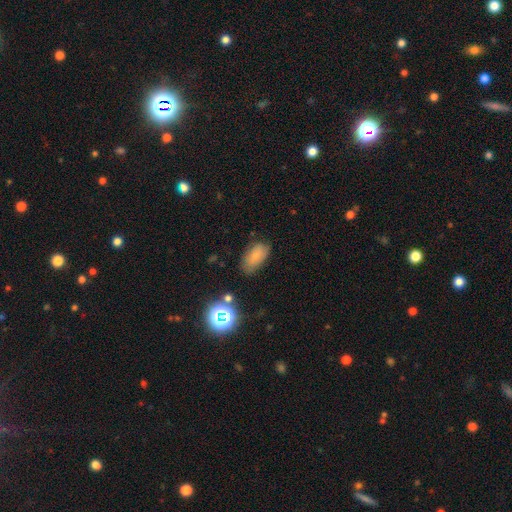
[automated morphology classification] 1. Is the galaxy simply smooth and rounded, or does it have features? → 74% smooth, 14% featured or disk, 12% star or artifact.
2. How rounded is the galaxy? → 92% in between, 6% round, 3% cigar-shaped.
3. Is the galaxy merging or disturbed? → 72% none, 20% minor disturbance, 5% major disturbance, 3% merger.